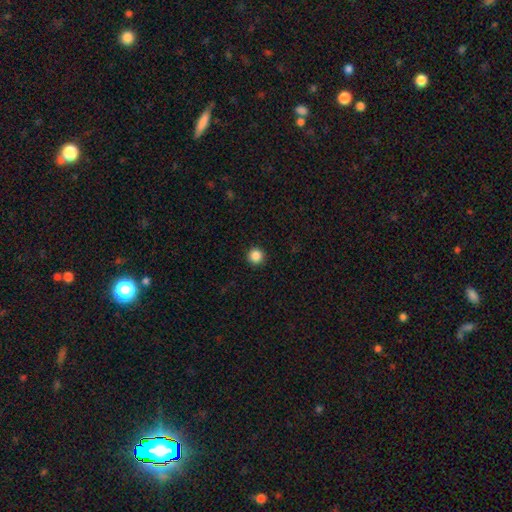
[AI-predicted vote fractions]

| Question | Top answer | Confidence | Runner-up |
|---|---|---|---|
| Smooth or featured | smooth | 86% | star or artifact (10%) |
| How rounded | round | 96% | in between (3%) |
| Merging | none | 93% | minor disturbance (4%) |